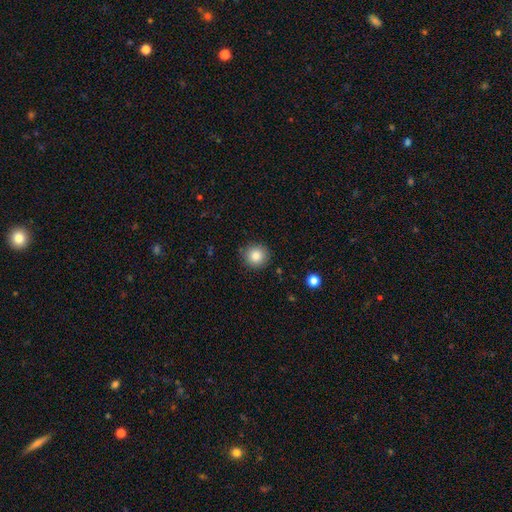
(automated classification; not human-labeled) Smooth or featured? Predicted: smooth (p=0.85). How rounded? Predicted: round (p=0.94). Merging? Predicted: none (p=0.89).